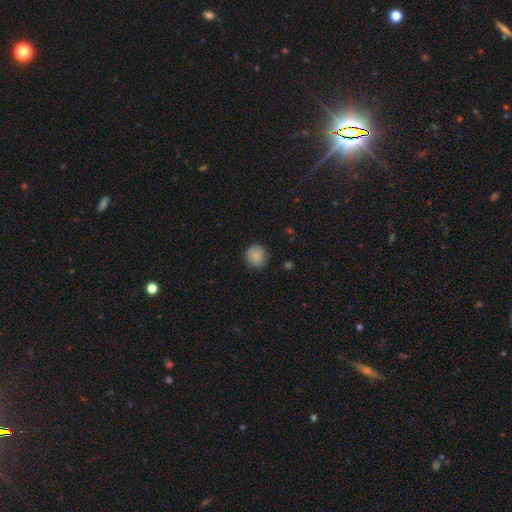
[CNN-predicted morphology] smooth 86%, star or artifact 8%, featured or disk 6%. Down the decision tree: how rounded — round (85%); merging — none (78%).